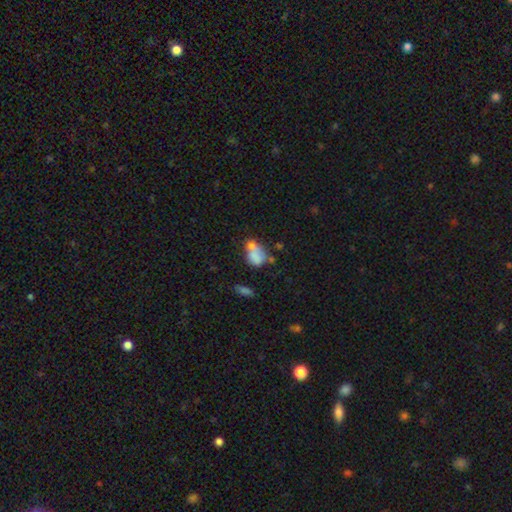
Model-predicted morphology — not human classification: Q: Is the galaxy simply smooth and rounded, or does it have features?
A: smooth — 67%.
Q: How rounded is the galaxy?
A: in between — 77%.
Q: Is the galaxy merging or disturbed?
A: merger — 45%.